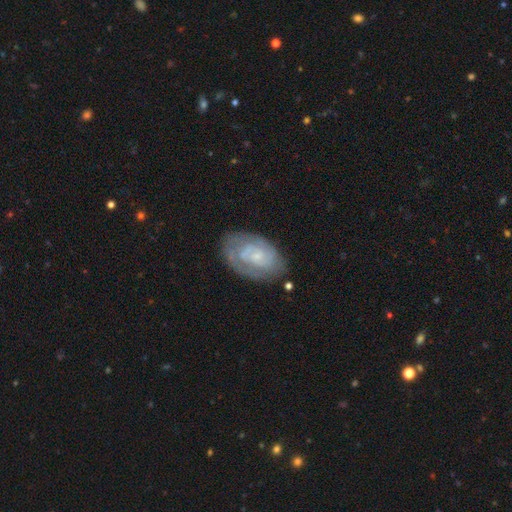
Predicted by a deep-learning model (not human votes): A featured or disk galaxy (70%) with no bar (68%), tight (63%) spiral arms (81%) and a small central bulge (65%). Merging: none (68%).